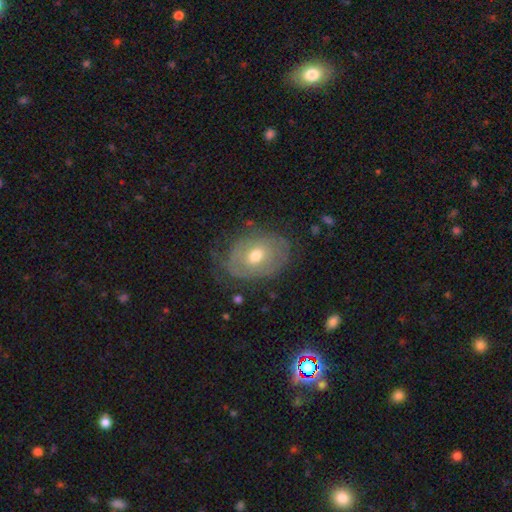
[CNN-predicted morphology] smooth_or_featured: featured or disk (p=0.55) [alt: smooth p=0.37]
disk_edge_on: no (p=0.94) [alt: yes p=0.06]
bar: no (p=0.74) [alt: weak p=0.21]
has_spiral_arms: yes (p=0.50) [tied with: no p=0.50]
bulge_size: moderate (p=0.71) [alt: small p=0.22]
merging: none (p=0.62) [alt: minor disturbance p=0.25]